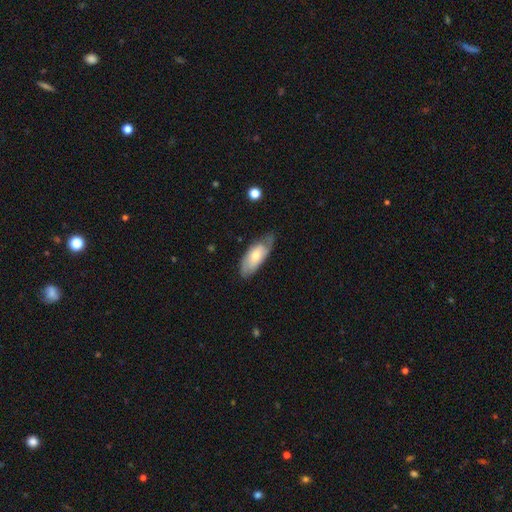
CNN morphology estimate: Q: Smooth or featured?
A: smooth (50%); runner-up: featured or disk (45%)
Q: Merging?
A: none (63%); runner-up: minor disturbance (27%)